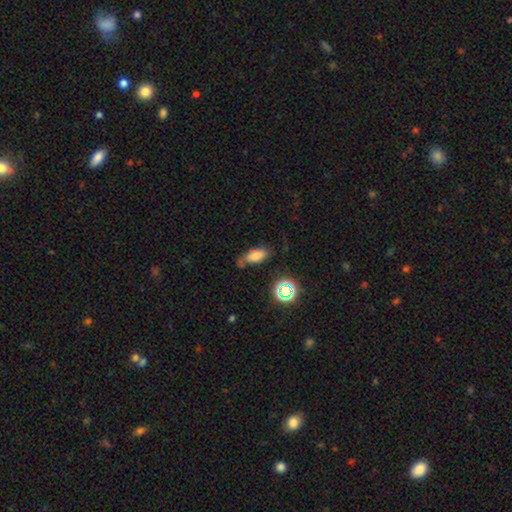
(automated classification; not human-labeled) A smooth galaxy with no disk features (69%) that is in between round and cigar-shaped (85%).

Vote fractions:
- Smooth or featured? smooth: 69% / star or artifact: 16% / featured or disk: 15%
- How rounded? in between: 85% / cigar-shaped: 10% / round: 6%
- Merging? none: 55% / minor disturbance: 26% / major disturbance: 11% / merger: 9%